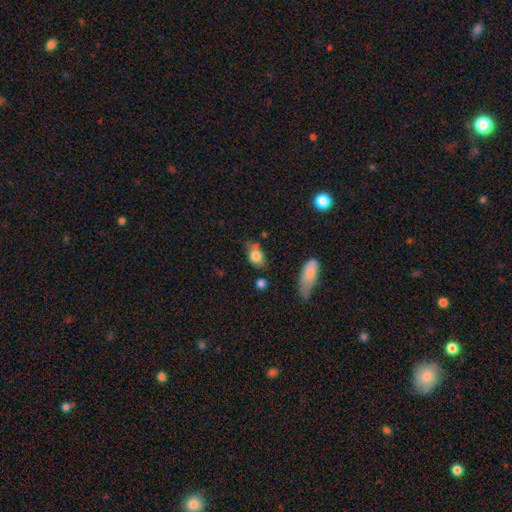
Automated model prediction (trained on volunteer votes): A smooth galaxy with no disk features (80%) that is in between round and cigar-shaped (65%). Merging: none (53%).